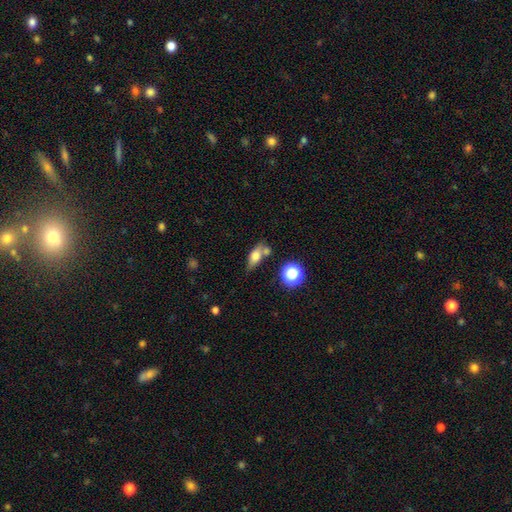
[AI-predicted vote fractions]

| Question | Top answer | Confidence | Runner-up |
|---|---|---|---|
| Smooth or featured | smooth | 69% | featured or disk (20%) |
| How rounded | in between | 70% | cigar-shaped (17%) |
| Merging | none | 49% | merger (25%) |